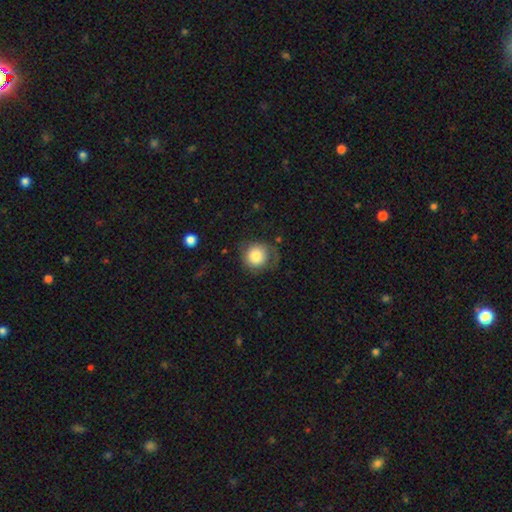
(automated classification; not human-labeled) smooth-or-featured: smooth: 77% | featured or disk: 15% | star or artifact: 8%
  how-rounded: round: 88% | in between: 11% | cigar-shaped: 1%
  merging: none: 58% | minor disturbance: 23% | major disturbance: 17% | merger: 2%